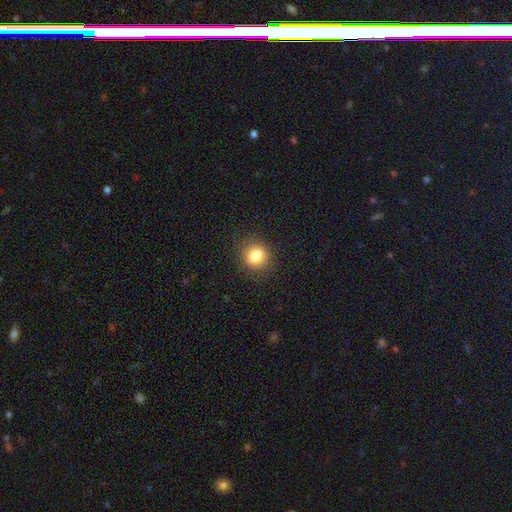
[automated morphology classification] The model was most divided on "how rounded": round: 82%, in between: 17%, cigar-shaped: 1%. More confident: merging — none (86%); smooth or featured — smooth (83%).